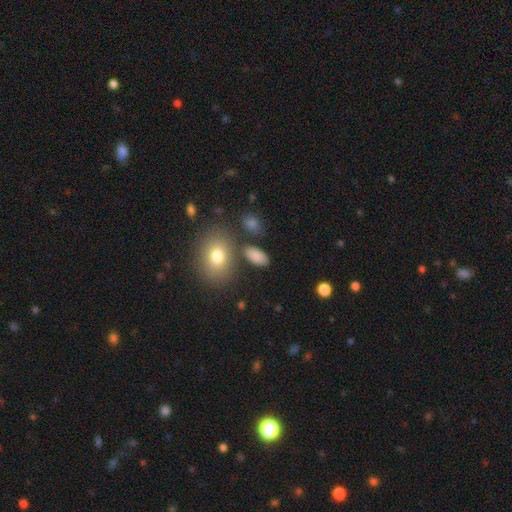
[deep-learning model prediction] A smooth galaxy with no disk features (86%) that is in between round and cigar-shaped (91%). Merging: none (80%).